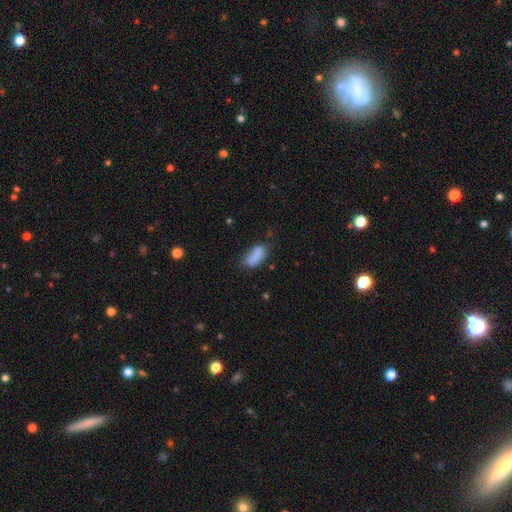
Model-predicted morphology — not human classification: type=smooth (83%); roundness=in between (80%); merging=none (55%).